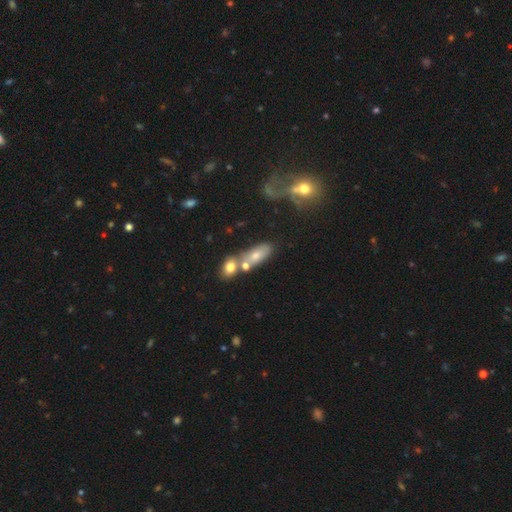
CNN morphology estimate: smooth 61%, featured or disk 28%, star or artifact 11%. Down the decision tree: how rounded — in between (81%); merging — merger (43%).